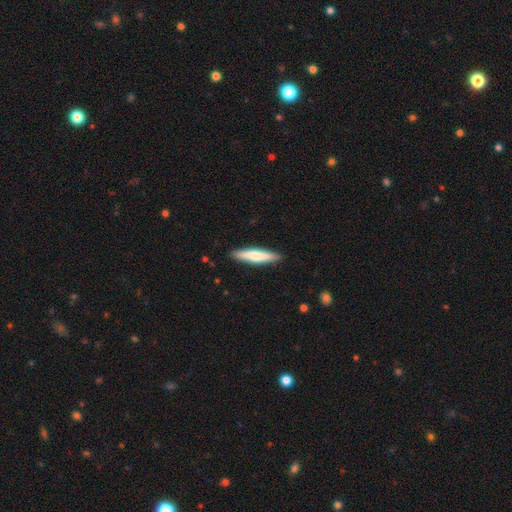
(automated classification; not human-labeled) Smooth or featured? Predicted: smooth (p=0.64). How rounded? Predicted: cigar-shaped (p=0.85). Merging? Predicted: none (p=0.90).